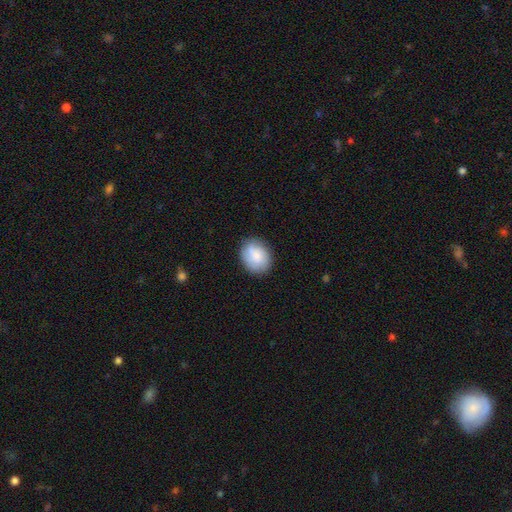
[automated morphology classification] A smooth galaxy with no disk features (74%) that is round (53%). Merging: none (80%).